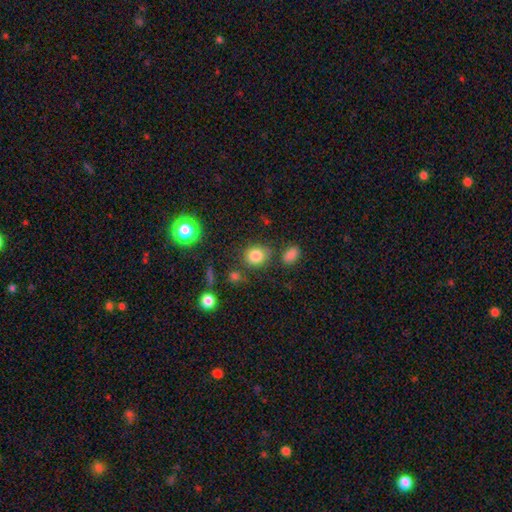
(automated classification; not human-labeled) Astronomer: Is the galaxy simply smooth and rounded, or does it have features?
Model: smooth — 82%.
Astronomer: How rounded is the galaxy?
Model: round — 70%.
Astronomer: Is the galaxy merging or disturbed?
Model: none — 74%.